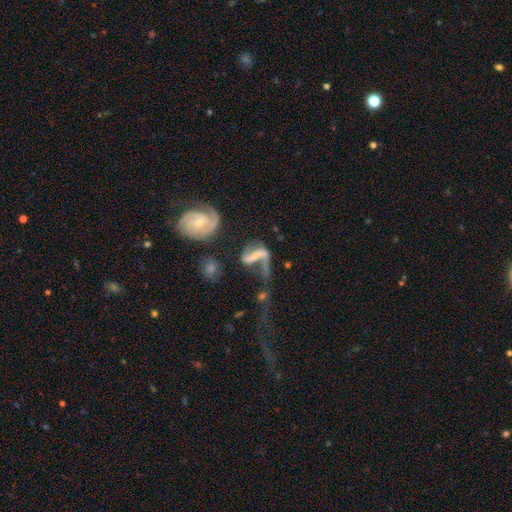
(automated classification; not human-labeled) smooth-or-featured: featured or disk: 68% | smooth: 22% | star or artifact: 10%
  disk-edge-on: no: 94% | yes: 6%
    bar: strong: 45% | weak: 28% | no: 27%
    has-spiral-arms: yes: 77% | no: 23%
    bulge-size: small: 39% | none: 31% | moderate: 24% | large: 4% | dominant: 2%
  merging: major disturbance: 35% | merger: 26% | none: 25% | minor disturbance: 14%